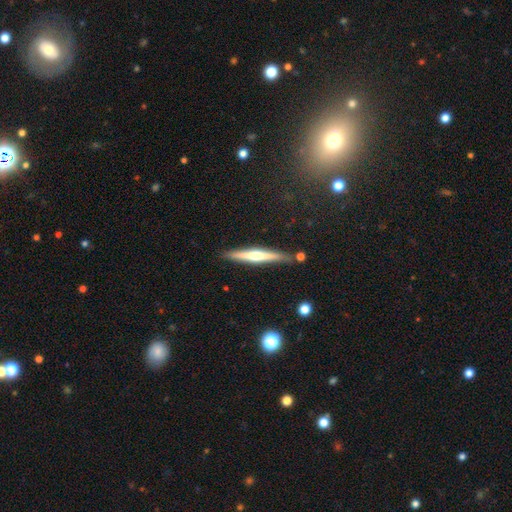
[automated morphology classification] Q: Smooth or featured?
A: featured or disk (56%); runner-up: smooth (38%)
Q: Edge-on disk?
A: yes (96%); runner-up: no (4%)
Q: Edge-on bulge?
A: rounded (68%); runner-up: none (21%)
Q: Merging?
A: none (83%); runner-up: minor disturbance (11%)